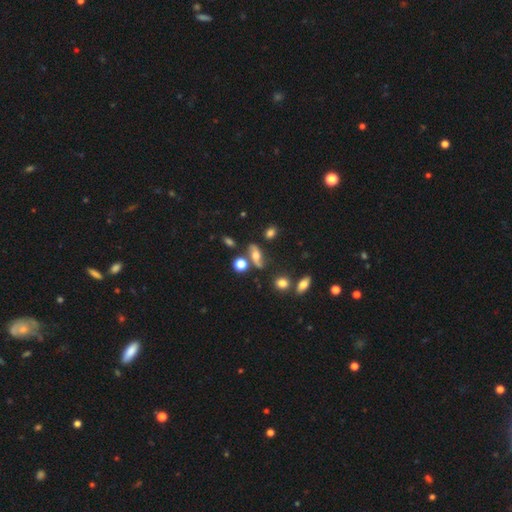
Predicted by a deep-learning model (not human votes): Overall: featured or disk (47%; smooth 40%). Merging: none (65%).